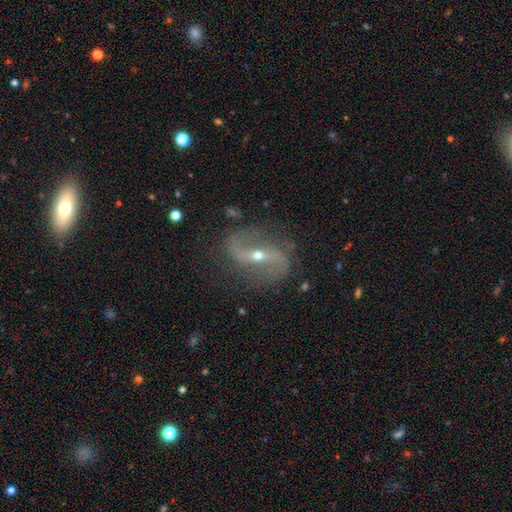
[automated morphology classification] smooth-or-featured: featured or disk: 86% | star or artifact: 8% | smooth: 5%
  disk-edge-on: no: 94% | yes: 6%
    bar: strong: 41% | weak: 33% | no: 26%
    has-spiral-arms: yes: 95% | no: 5%
      spiral-winding: loose: 64% | medium: 27% | tight: 10%
      spiral-arm-count: 2: 92% | can't tell: 3% | 1: 2% | 3: 1% | 4: 1% | more than 4: 1%
    bulge-size: small: 57% | moderate: 39% | large: 1% | none: 1% | dominant: 1%
  merging: none: 81% | minor disturbance: 12% | major disturbance: 5% | merger: 2%